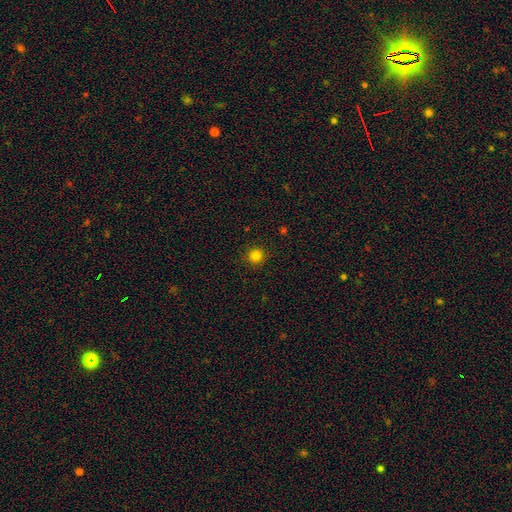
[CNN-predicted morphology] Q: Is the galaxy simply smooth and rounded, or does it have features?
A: smooth — 83%.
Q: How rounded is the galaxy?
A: round — 94%.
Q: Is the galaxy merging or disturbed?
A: none — 91%.